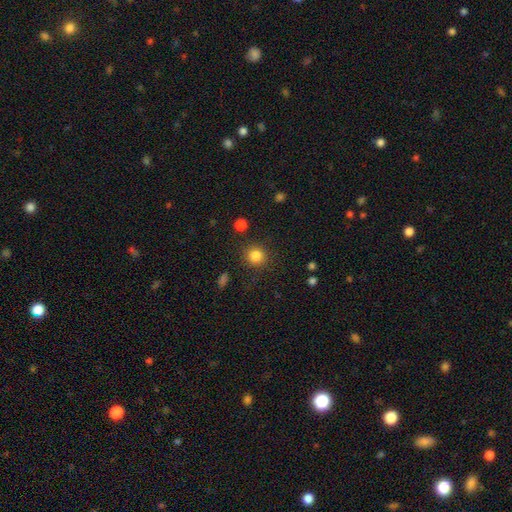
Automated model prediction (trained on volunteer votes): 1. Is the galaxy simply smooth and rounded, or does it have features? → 84% smooth, 11% star or artifact, 4% featured or disk.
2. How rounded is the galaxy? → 91% round, 8% in between, 1% cigar-shaped.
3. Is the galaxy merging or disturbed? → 87% none, 7% minor disturbance, 3% major disturbance, 2% merger.